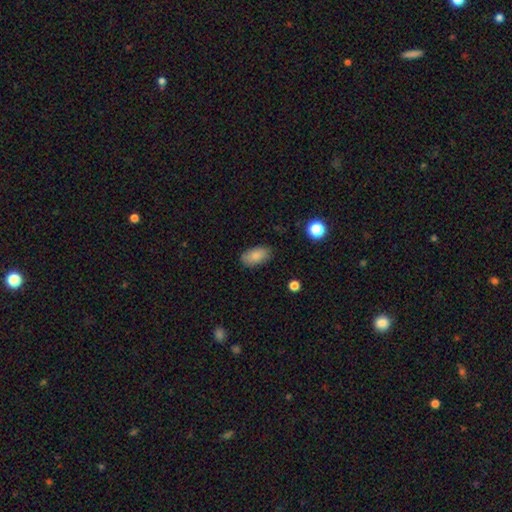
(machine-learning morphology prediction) Smooth or featured? smooth (85%)
How rounded? in between (93%)
Merging? none (83%)